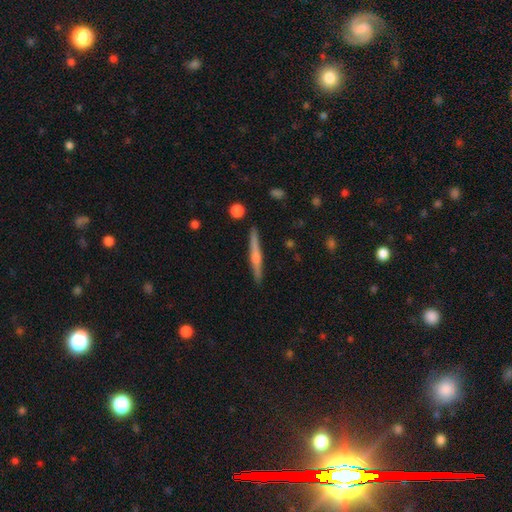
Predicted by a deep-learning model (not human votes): smooth_or_featured: featured or disk (p=0.64) [alt: smooth p=0.30]
disk_edge_on: yes (p=0.98) [alt: no p=0.02]
edge_on_bulge: rounded (p=0.79) [alt: none p=0.14]
merging: none (p=0.90) [alt: minor disturbance p=0.07]